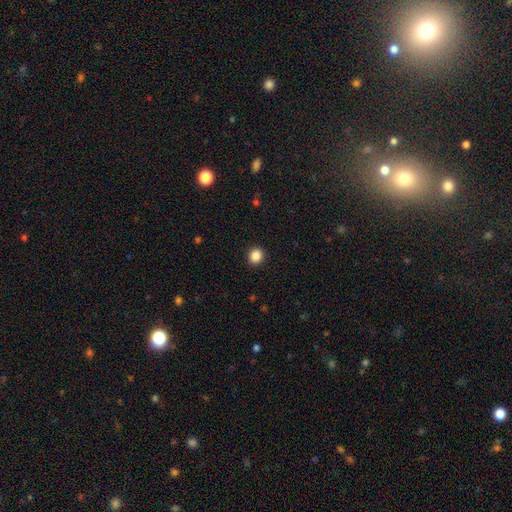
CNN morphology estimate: Smooth or featured: smooth — 87% (star or artifact — 10%)
How rounded: round — 87% (in between — 12%)
Merging: none — 92% (minor disturbance — 5%)